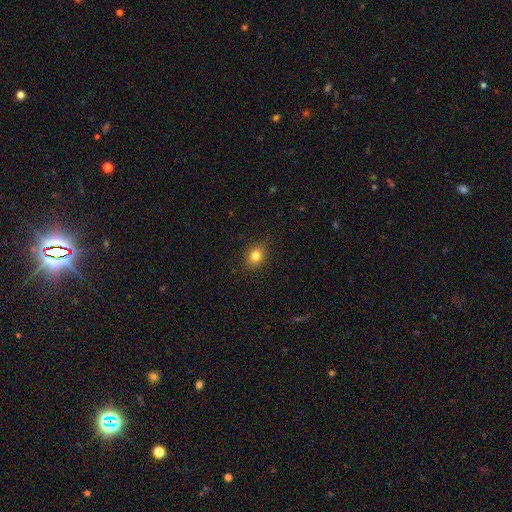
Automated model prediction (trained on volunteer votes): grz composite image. It shows a smooth galaxy with no disk features (81%) that is round (67%). Merging: none (86%).